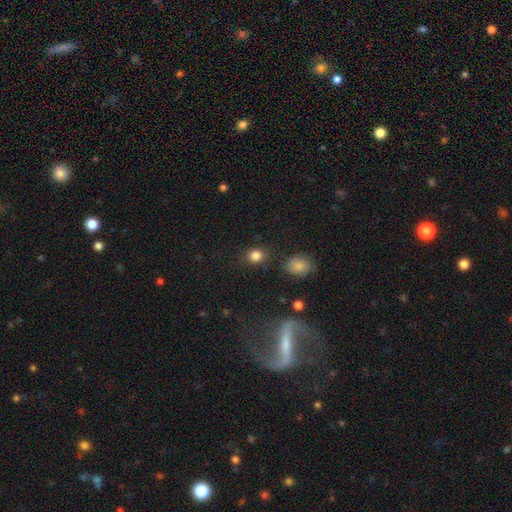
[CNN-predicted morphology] This is clearly a smooth galaxy (84%). How rounded: likely round (72%). Merging: clearly none (83%).